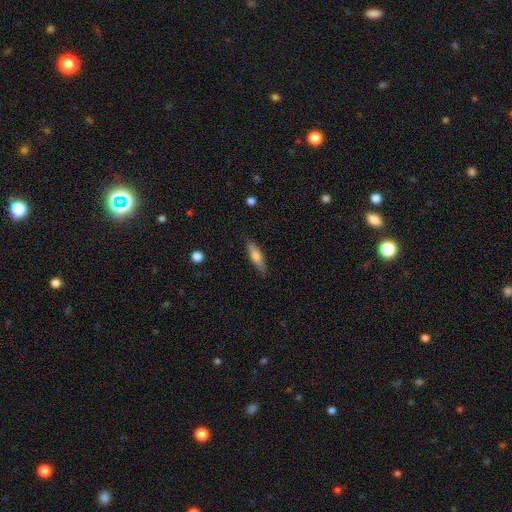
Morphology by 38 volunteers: Overall: smooth (71%). How rounded: cigar-shaped (63%; in between 33%). Merging: none (77%).